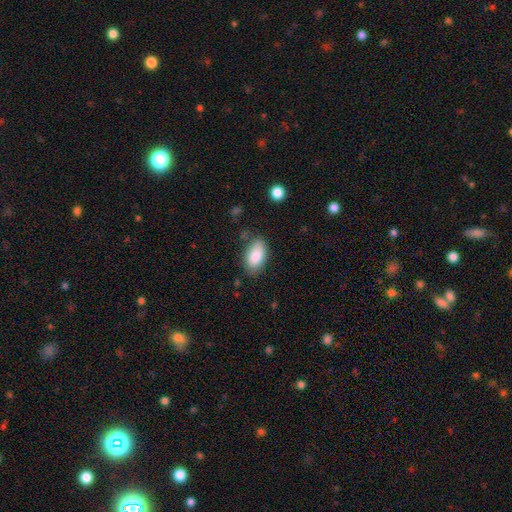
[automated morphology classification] Smooth or featured? smooth (86%)
How rounded? in between (94%)
Merging? none (76%)